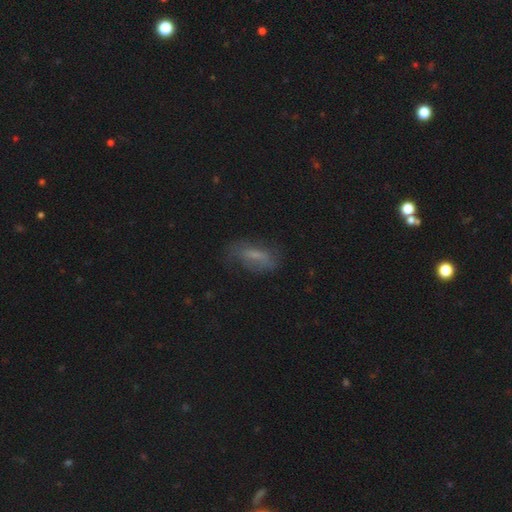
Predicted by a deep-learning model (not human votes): smooth_or_featured: smooth (p=0.54) [alt: featured or disk p=0.33]
how_rounded: in between (p=0.70) [alt: cigar-shaped p=0.26]
merging: none (p=0.61) [alt: minor disturbance p=0.25]